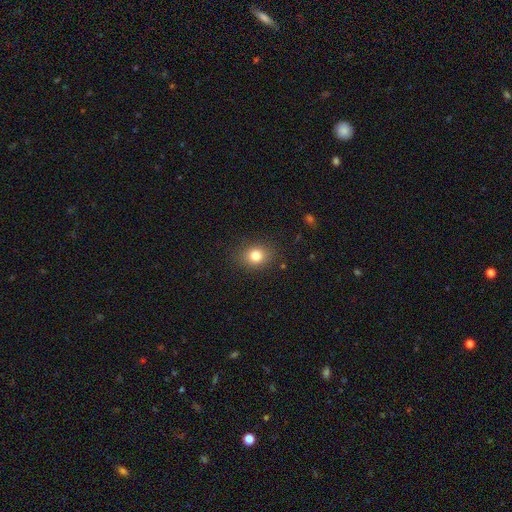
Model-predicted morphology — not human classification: type=smooth (82%); roundness=round (59%); merging=none (86%).